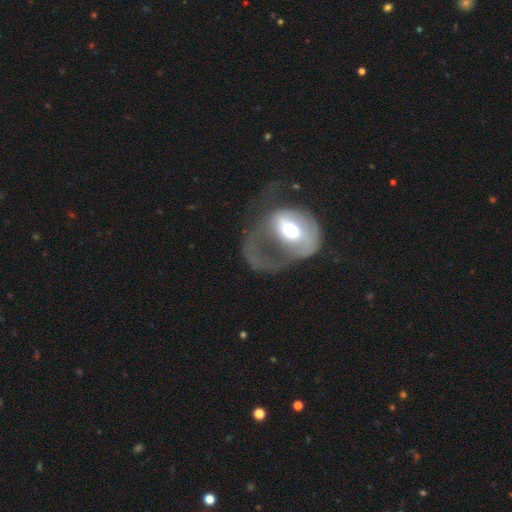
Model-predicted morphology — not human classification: This is possibly a featured or disk galaxy (58%). It is clearly not viewed edge-on (95%). Bar: possibly no (58%). Spiral arm pattern: possibly no (55%). Central bulge: likely moderate (65%). Merging: likely major disturbance (64%).